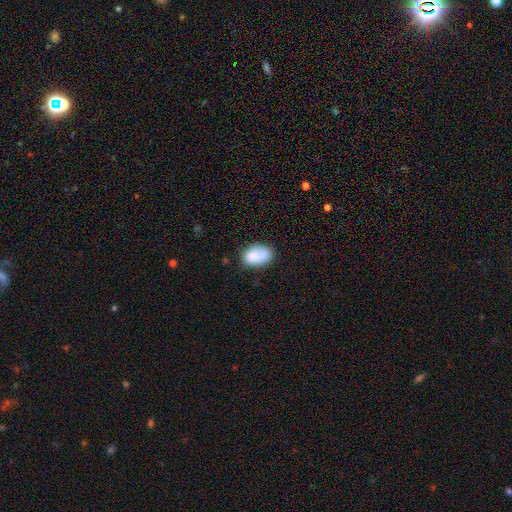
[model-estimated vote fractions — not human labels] A smooth galaxy with no disk features (79%) that is in between round and cigar-shaped (87%).

Vote fractions:
- Smooth or featured? smooth: 79% / featured or disk: 13% / star or artifact: 8%
- How rounded? in between: 87% / round: 12% / cigar-shaped: 1%
- Merging? none: 49% / minor disturbance: 23% / merger: 20% / major disturbance: 8%